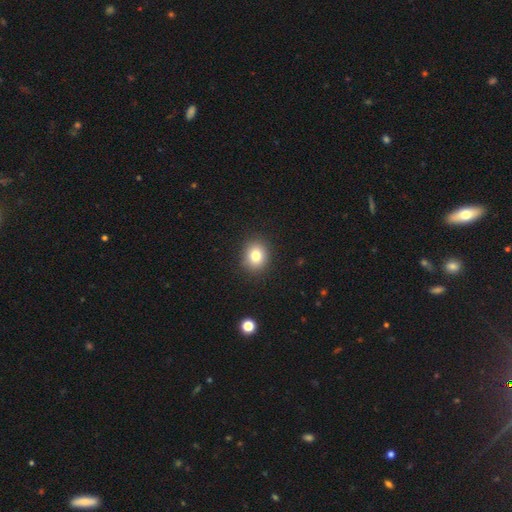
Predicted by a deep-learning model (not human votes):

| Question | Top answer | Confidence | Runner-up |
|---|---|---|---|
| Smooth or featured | smooth | 80% | star or artifact (11%) |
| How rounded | round | 68% | in between (31%) |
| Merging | none | 89% | minor disturbance (7%) |